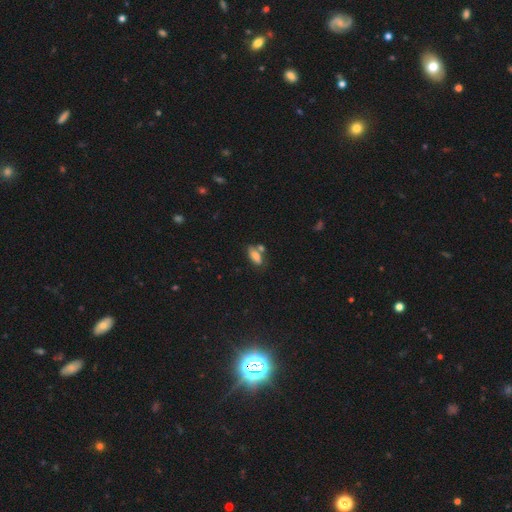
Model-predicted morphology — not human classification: This is likely a smooth galaxy (78%). How rounded: clearly in between (83%). Merging: possibly none (51%).